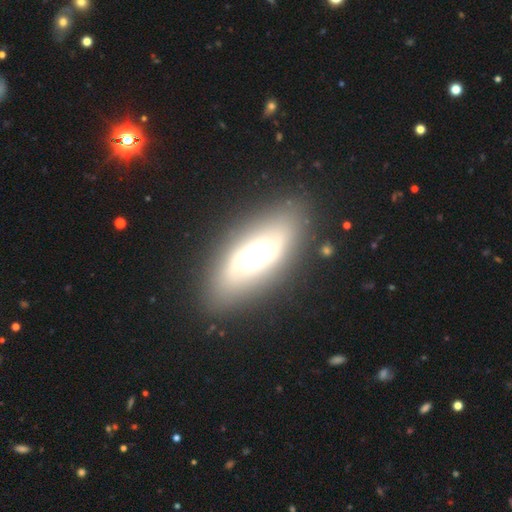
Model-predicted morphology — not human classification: This appears to be a featured or disk galaxy (58%). Merging: none (83%).